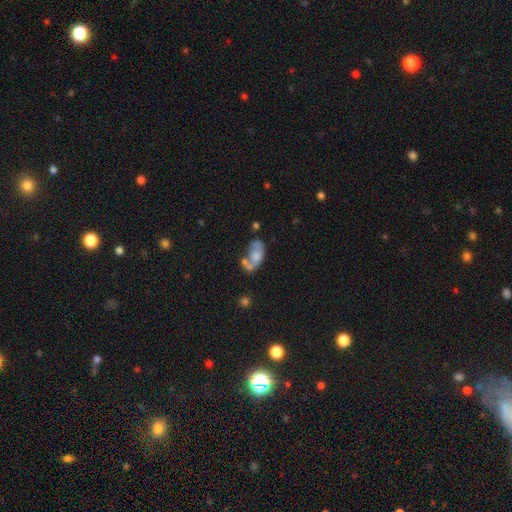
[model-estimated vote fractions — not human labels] Smooth or featured? Predicted: smooth (p=0.56). How rounded? Predicted: in between (p=0.90). Merging? Predicted: merger (p=0.40).